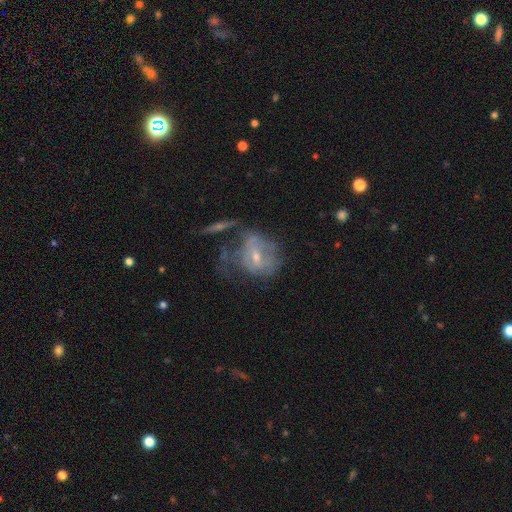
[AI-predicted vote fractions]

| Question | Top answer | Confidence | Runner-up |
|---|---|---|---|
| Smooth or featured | featured or disk | 63% | smooth (27%) |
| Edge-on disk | no | 95% | yes (5%) |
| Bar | weak | 45% | no (41%) |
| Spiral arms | yes | 53% | no (47%) |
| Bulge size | small | 53% | moderate (41%) |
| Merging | major disturbance | 35% | none (30%) |